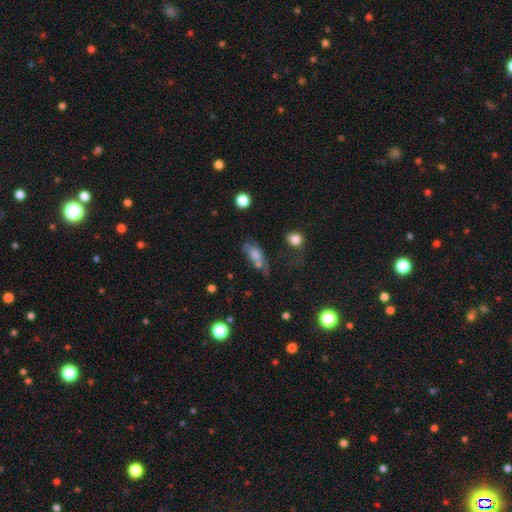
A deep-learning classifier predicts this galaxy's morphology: Q: Smooth or featured?
A: smooth (65%); runner-up: featured or disk (23%)
Q: How rounded?
A: in between (76%); runner-up: cigar-shaped (17%)
Q: Merging?
A: none (31%); runner-up: minor disturbance (24%)